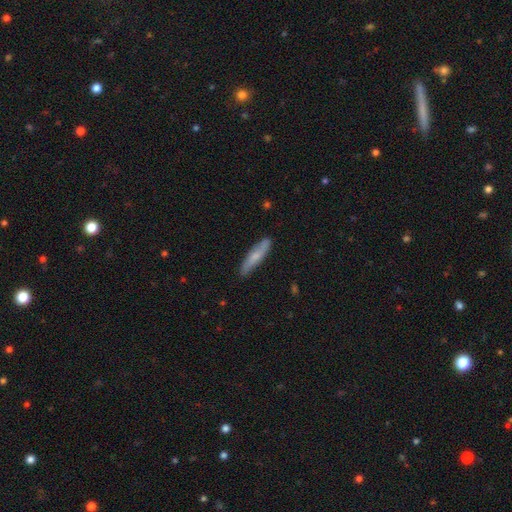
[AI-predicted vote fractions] A smooth galaxy with no disk features (64%) that is cigar-shaped (82%). Merging: none (84%).